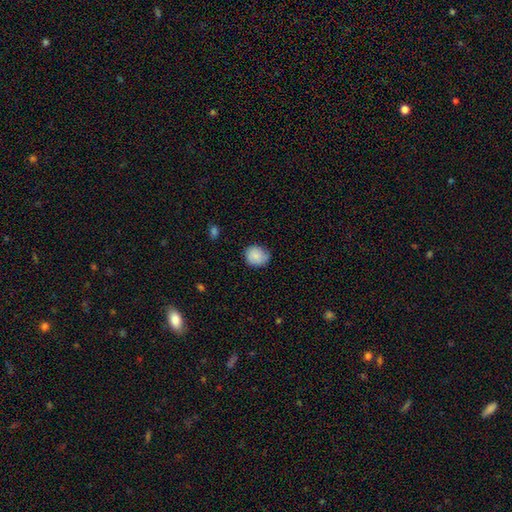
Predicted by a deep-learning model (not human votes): Morphology: type=smooth (81%); roundness=round (74%); merging=none (69%).